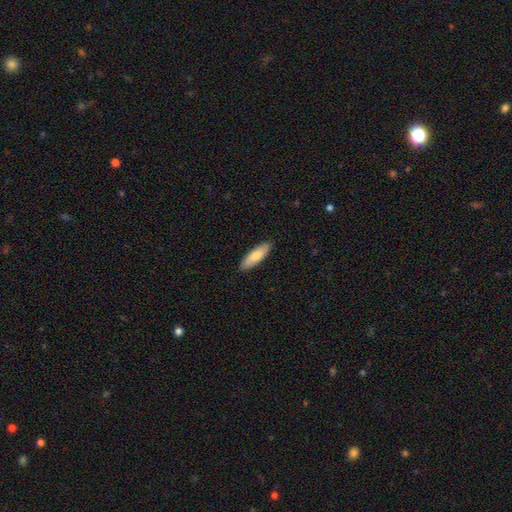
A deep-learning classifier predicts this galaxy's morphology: A smooth galaxy with no disk features (75%) that is cigar-shaped (50%).

Vote fractions:
- Smooth or featured? smooth: 75% / featured or disk: 19% / star or artifact: 5%
- How rounded? cigar-shaped: 50% / in between: 49% / round: 2%
- Merging? none: 90% / minor disturbance: 8% / major disturbance: 1% / merger: 1%